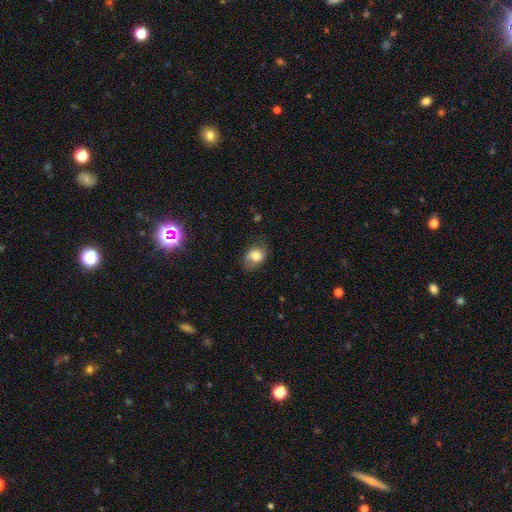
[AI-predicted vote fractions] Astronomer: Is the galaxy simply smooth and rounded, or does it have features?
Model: smooth — 75%.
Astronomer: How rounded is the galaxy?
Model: in between — 62%.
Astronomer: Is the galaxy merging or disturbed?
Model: none — 69%.